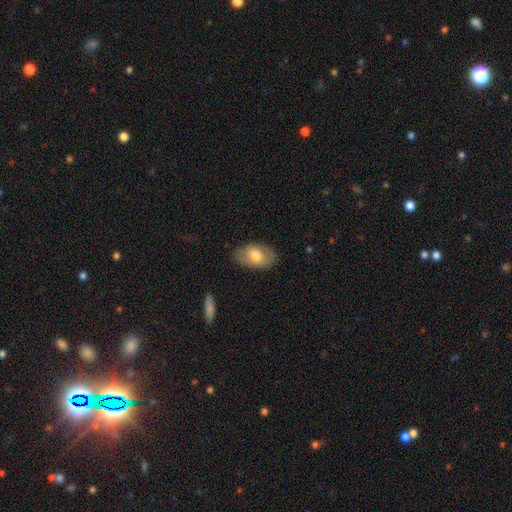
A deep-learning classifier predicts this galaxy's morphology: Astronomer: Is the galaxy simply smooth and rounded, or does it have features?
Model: smooth — 67%.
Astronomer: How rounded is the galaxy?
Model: in between — 90%.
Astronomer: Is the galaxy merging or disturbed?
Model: none — 76%.